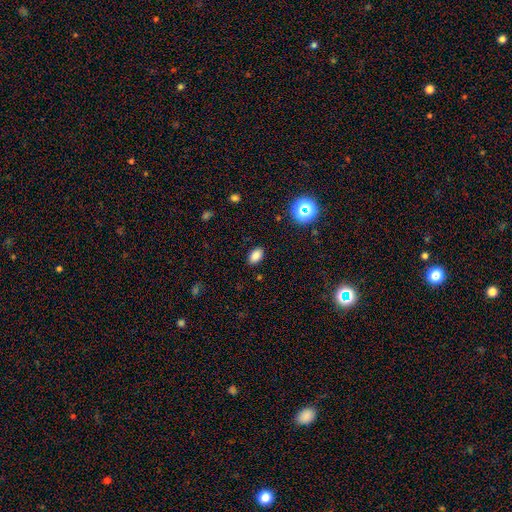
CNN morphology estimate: smooth_or_featured: smooth (p=0.83) [alt: star or artifact p=0.13]
how_rounded: in between (p=0.88) [alt: round p=0.11]
merging: none (p=0.88) [alt: minor disturbance p=0.08]